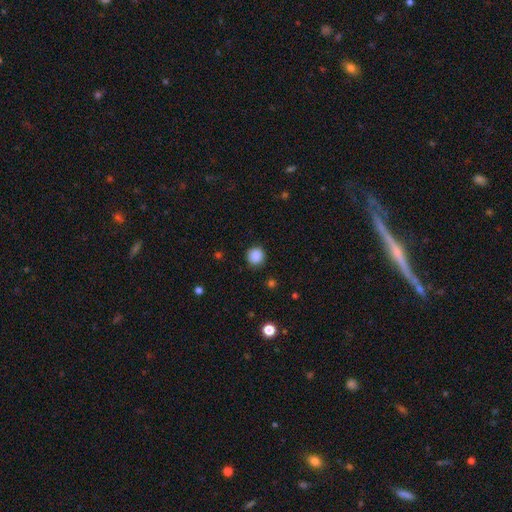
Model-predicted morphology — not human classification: This is clearly a smooth galaxy (88%). How rounded: clearly round (92%). Merging: clearly none (89%).